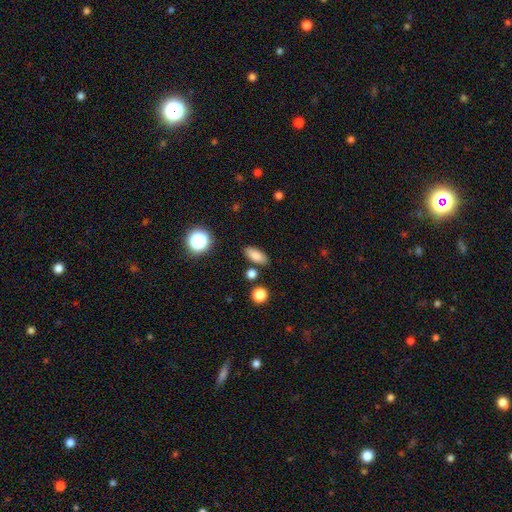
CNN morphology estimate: Q: Smooth or featured?
A: smooth (82%); runner-up: star or artifact (10%)
Q: How rounded?
A: in between (78%); runner-up: cigar-shaped (15%)
Q: Merging?
A: none (84%); runner-up: minor disturbance (9%)